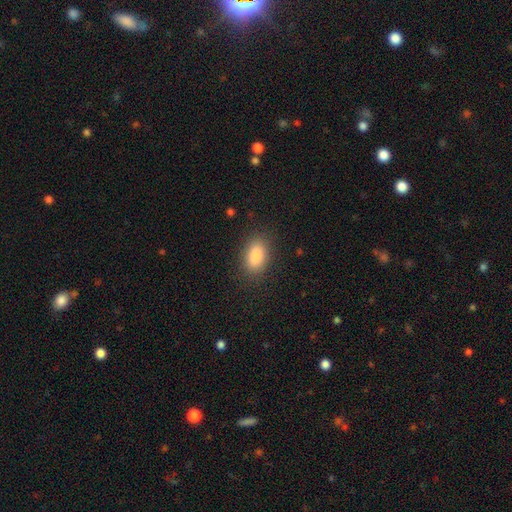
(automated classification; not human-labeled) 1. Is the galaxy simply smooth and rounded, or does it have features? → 86% smooth, 8% star or artifact, 6% featured or disk.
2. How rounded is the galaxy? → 90% in between, 8% round, 3% cigar-shaped.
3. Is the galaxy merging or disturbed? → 87% none, 9% minor disturbance, 3% major disturbance, 1% merger.